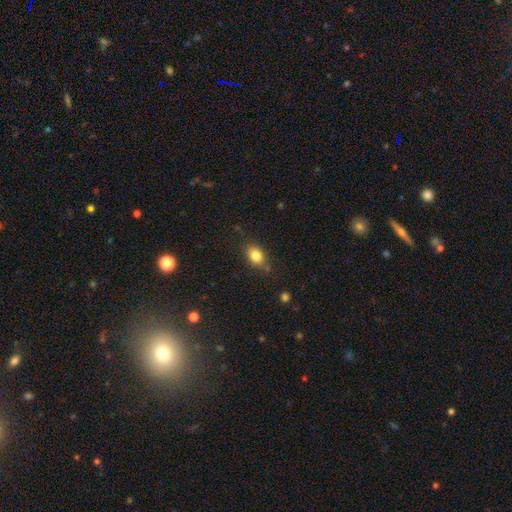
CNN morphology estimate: Smooth or featured: smooth — 82% (star or artifact — 9%)
How rounded: in between — 71% (round — 27%)
Merging: none — 75% (minor disturbance — 19%)